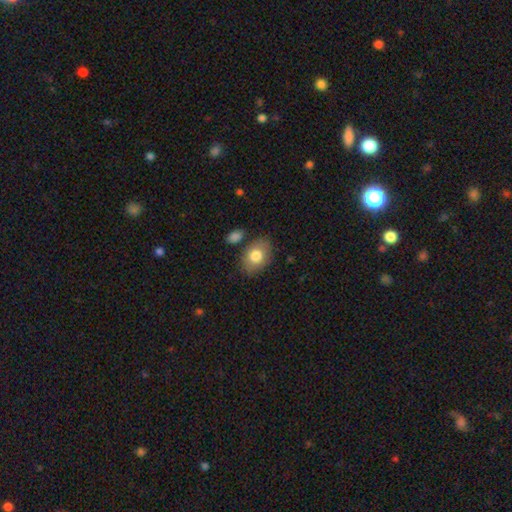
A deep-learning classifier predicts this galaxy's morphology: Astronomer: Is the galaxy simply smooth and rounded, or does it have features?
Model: smooth — 80%.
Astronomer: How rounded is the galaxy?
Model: in between — 77%.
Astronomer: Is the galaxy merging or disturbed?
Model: none — 78%.